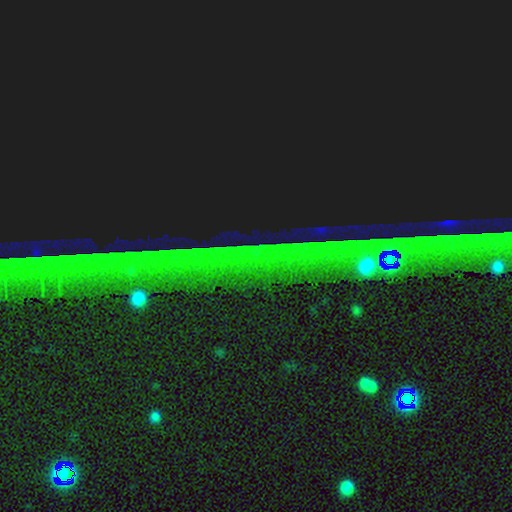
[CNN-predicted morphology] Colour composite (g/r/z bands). It shows a star or artifact, not a galaxy (86%).